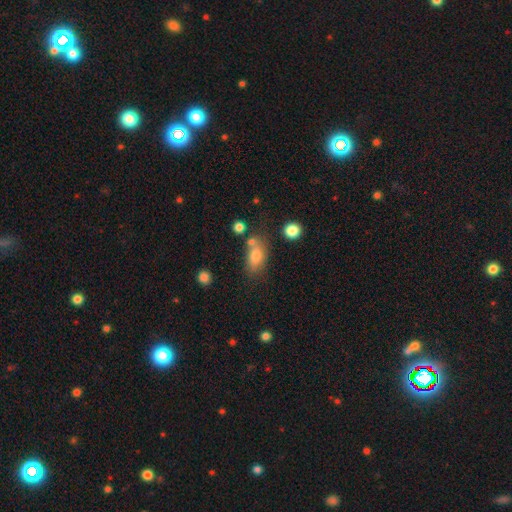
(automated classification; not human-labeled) smooth-or-featured: smooth: 77% | featured or disk: 13% | star or artifact: 10%
  how-rounded: in between: 83% | round: 10% | cigar-shaped: 7%
  merging: none: 58% | minor disturbance: 18% | merger: 16% | major disturbance: 7%